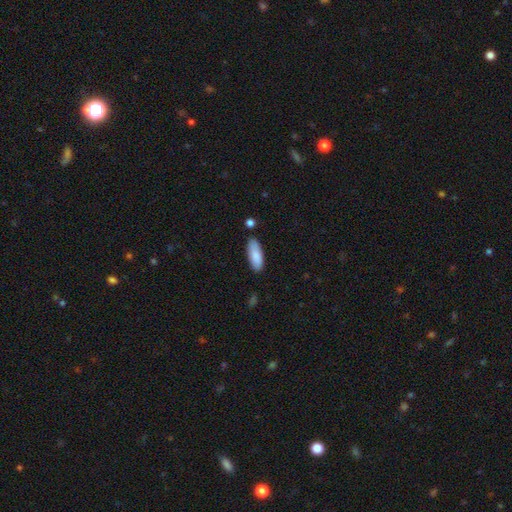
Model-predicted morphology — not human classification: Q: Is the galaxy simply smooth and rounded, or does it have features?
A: smooth — 88%.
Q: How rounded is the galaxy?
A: in between — 72%.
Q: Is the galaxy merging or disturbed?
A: none — 82%.